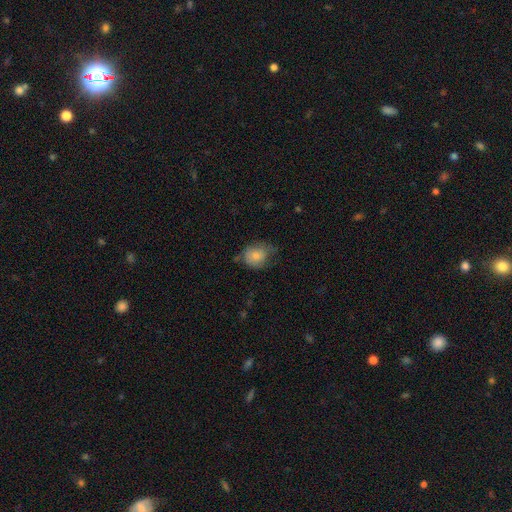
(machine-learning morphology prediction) smooth-or-featured: smooth: 74% | featured or disk: 17% | star or artifact: 8%
  how-rounded: round: 59% | in between: 40% | cigar-shaped: 1%
  merging: none: 43% | minor disturbance: 38% | major disturbance: 16% | merger: 3%